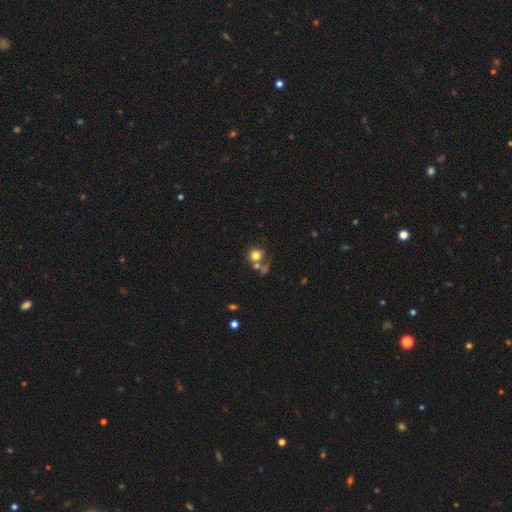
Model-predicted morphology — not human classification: The model was most divided on "merging": none: 47%, merger: 32%, minor disturbance: 11%, major disturbance: 9%. More confident: how rounded — round (83%); smooth or featured — smooth (74%).